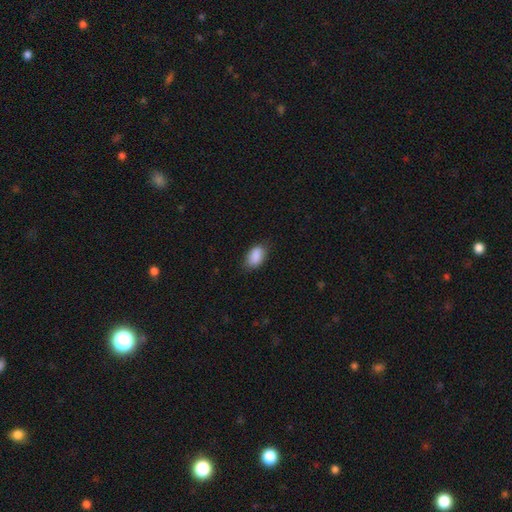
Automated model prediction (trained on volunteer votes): A smooth galaxy with no disk features (89%) that is in between round and cigar-shaped (91%).

Vote fractions:
- Smooth or featured? smooth: 89% / star or artifact: 7% / featured or disk: 4%
- How rounded? in between: 91% / round: 6% / cigar-shaped: 2%
- Merging? none: 76% / minor disturbance: 20% / major disturbance: 4% / merger: 1%